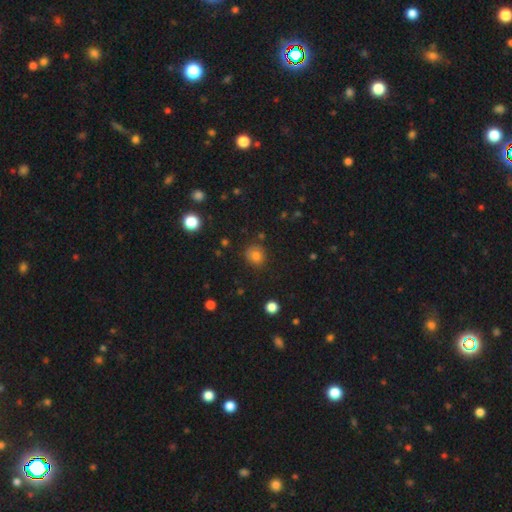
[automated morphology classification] Q: Smooth or featured?
A: smooth (78%); runner-up: star or artifact (14%)
Q: How rounded?
A: round (84%); runner-up: in between (15%)
Q: Merging?
A: none (79%); runner-up: minor disturbance (14%)